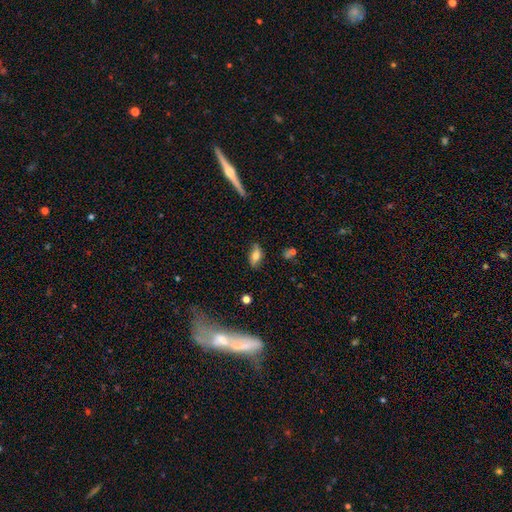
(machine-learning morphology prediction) This is likely a smooth galaxy (65%). How rounded: clearly in between (81%). Merging: likely none (75%).